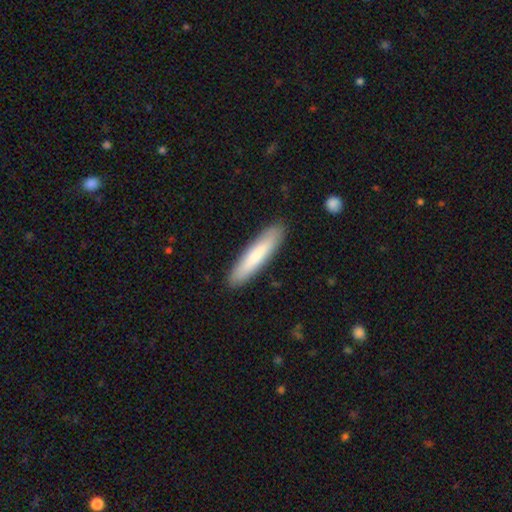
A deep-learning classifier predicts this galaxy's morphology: This is likely a smooth galaxy (76%). How rounded: clearly cigar-shaped (86%). Merging: clearly none (90%).